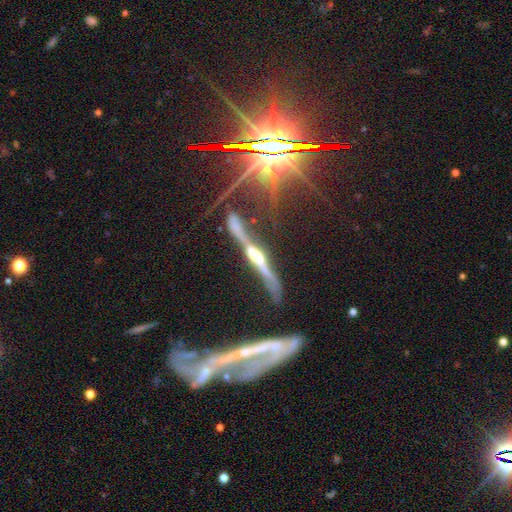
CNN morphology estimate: featured or disk 78%, smooth 12%, star or artifact 10%. Down the decision tree: edge-on disk — yes (90%); edge-on bulge — rounded (76%); merging — none (59%).